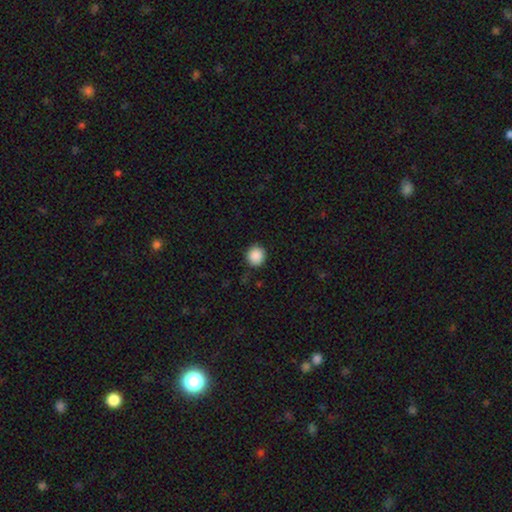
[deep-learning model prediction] This appears to be a smooth galaxy with no disk features (89%) that is round (91%). Merging: none (89%).